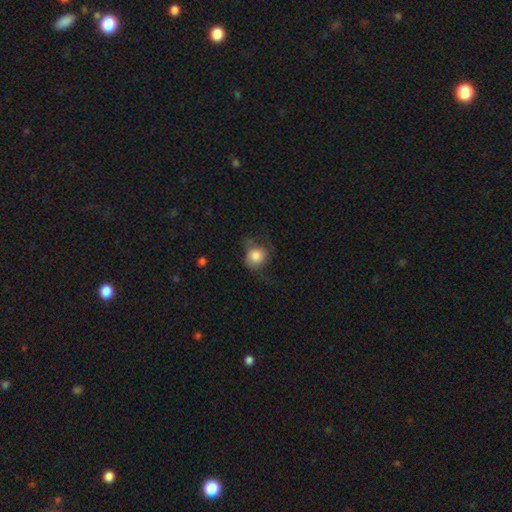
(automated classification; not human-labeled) This is likely a smooth galaxy (76%). How rounded: likely round (76%). Merging: possibly none (46%).